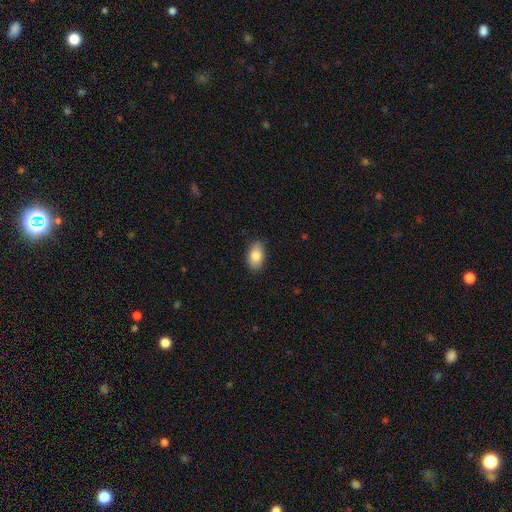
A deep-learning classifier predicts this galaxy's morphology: Smooth or featured? smooth (83%)
How rounded? in between (92%)
Merging? none (85%)